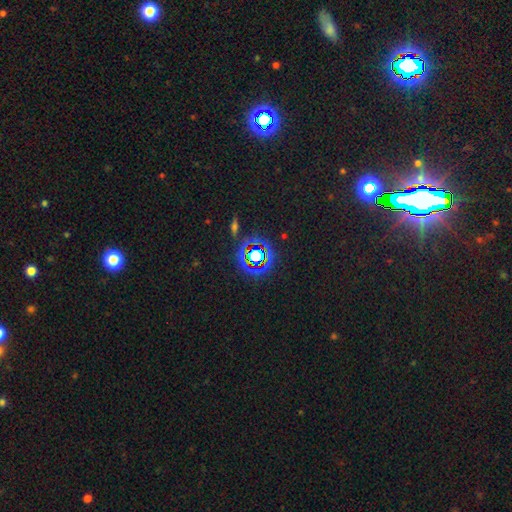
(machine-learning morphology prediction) A star or artifact, not a galaxy (67%).